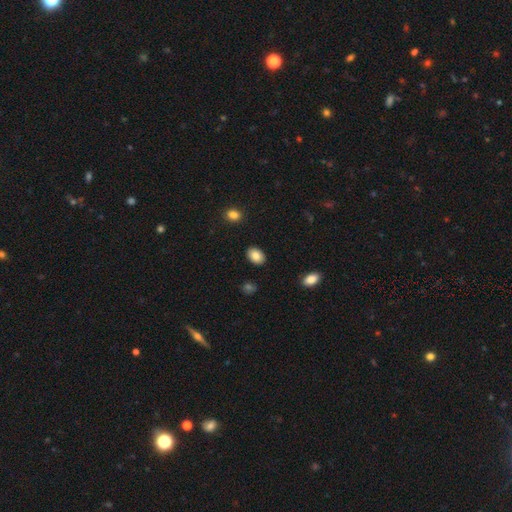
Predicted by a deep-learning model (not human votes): Overall: smooth (85%). How rounded: in between (82%). Merging: none (89%).